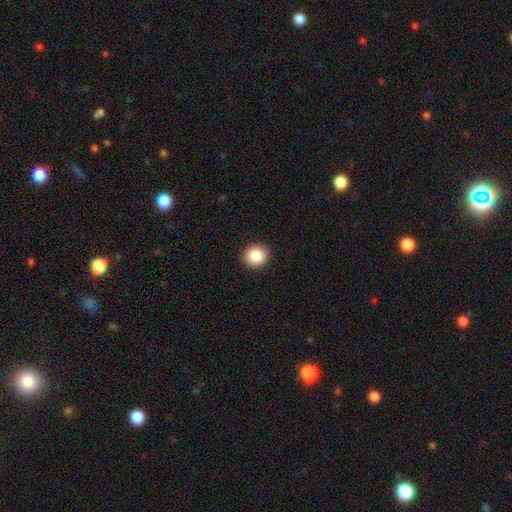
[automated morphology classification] Smooth or featured: smooth — 87% (star or artifact — 9%)
How rounded: round — 87% (in between — 12%)
Merging: none — 92% (minor disturbance — 5%)